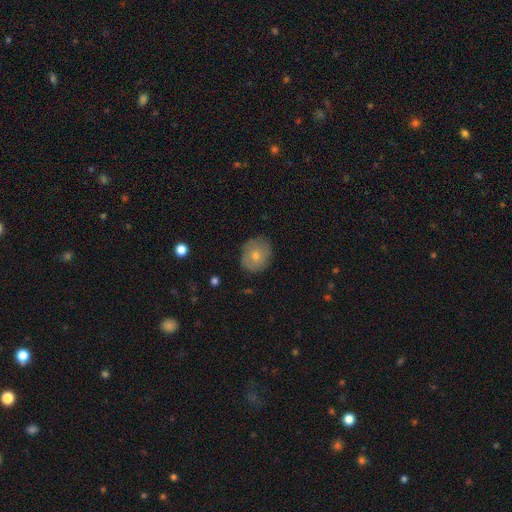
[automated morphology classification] smooth-or-featured: smooth: 68% | featured or disk: 24% | star or artifact: 8%
  how-rounded: round: 75% | in between: 24% | cigar-shaped: 1%
  merging: none: 77% | minor disturbance: 17% | major disturbance: 4% | merger: 1%